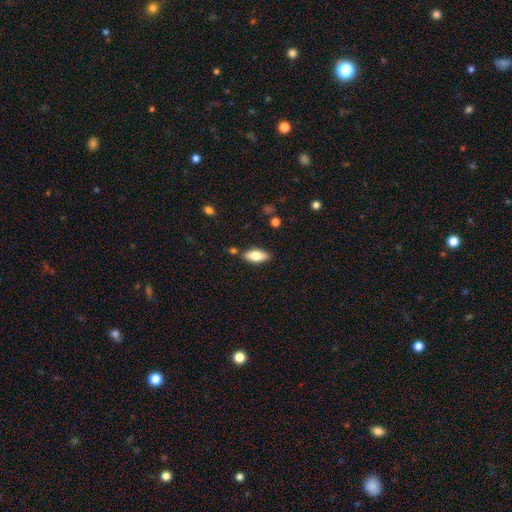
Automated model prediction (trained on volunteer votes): Morphology: type=smooth (74%); roundness=in between (82%); merging=none (83%).